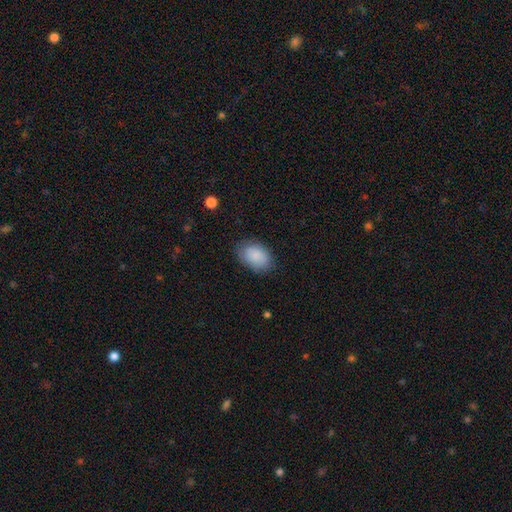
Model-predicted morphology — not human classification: type=smooth (88%); roundness=in between (88%); merging=none (80%).